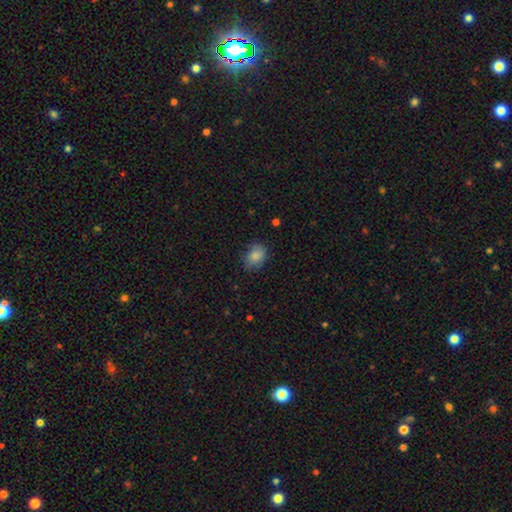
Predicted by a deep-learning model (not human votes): Smooth or featured?
  - smooth: 82% *
  - featured or disk: 11%
  - star or artifact: 8%
How rounded?
  - in between: 64% *
  - round: 35%
  - cigar-shaped: 1%
Merging?
  - none: 69% *
  - minor disturbance: 24%
  - major disturbance: 6%
  - merger: 1%